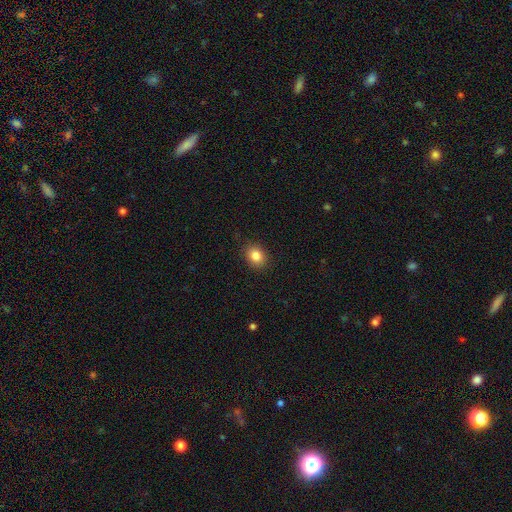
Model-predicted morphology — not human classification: This is clearly a smooth galaxy (84%). How rounded: possibly round (55%). Merging: clearly none (89%).